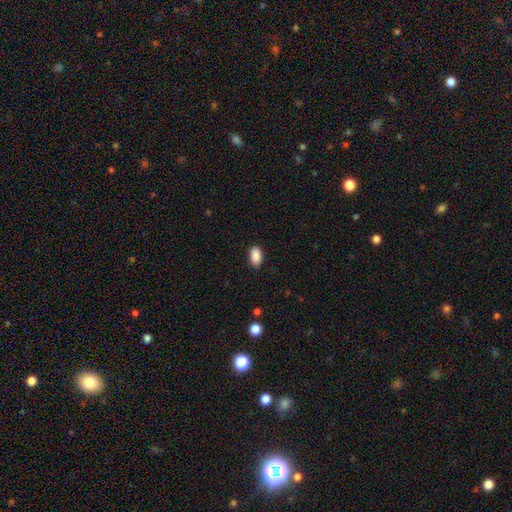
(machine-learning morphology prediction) A smooth galaxy with no disk features (89%) that is in between round and cigar-shaped (94%). Merging: none (87%).